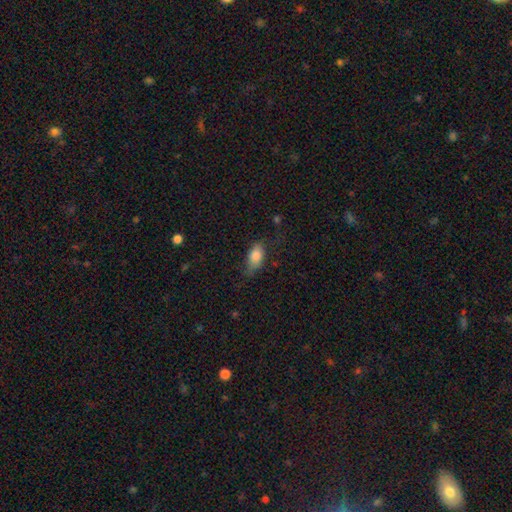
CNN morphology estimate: Q: Smooth or featured?
A: smooth (80%); runner-up: featured or disk (12%)
Q: How rounded?
A: in between (88%); runner-up: cigar-shaped (7%)
Q: Merging?
A: none (64%); runner-up: minor disturbance (25%)